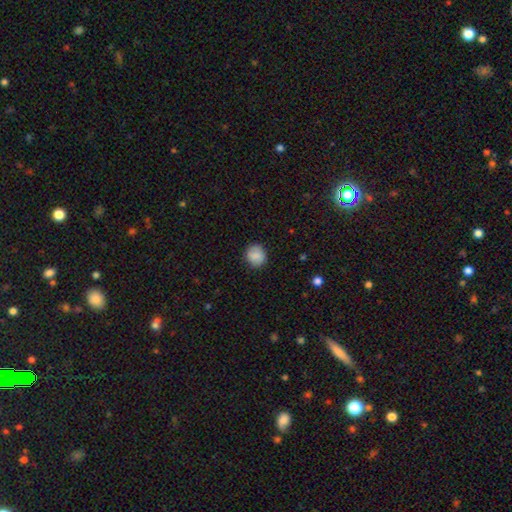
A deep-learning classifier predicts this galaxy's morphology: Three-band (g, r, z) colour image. It shows a smooth galaxy with no disk features (86%) that is round (81%). Merging: none (85%).